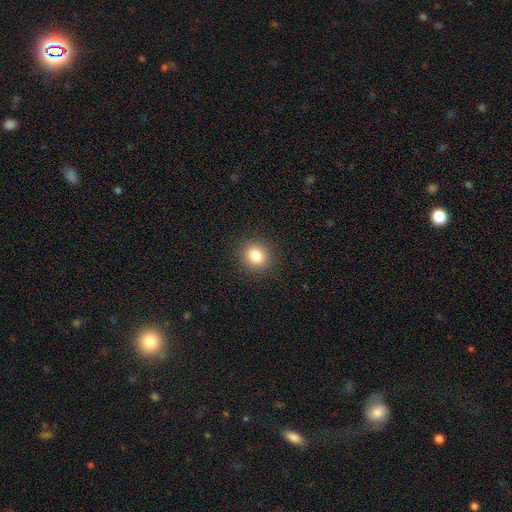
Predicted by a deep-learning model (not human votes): This is clearly a smooth galaxy (82%). How rounded: likely round (75%). Merging: clearly none (90%).